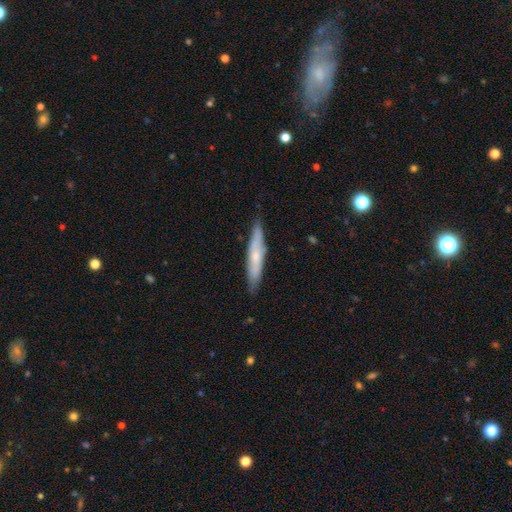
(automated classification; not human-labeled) Smooth or featured: smooth — 49% (featured or disk — 45%)
Merging: none — 80% (minor disturbance — 16%)